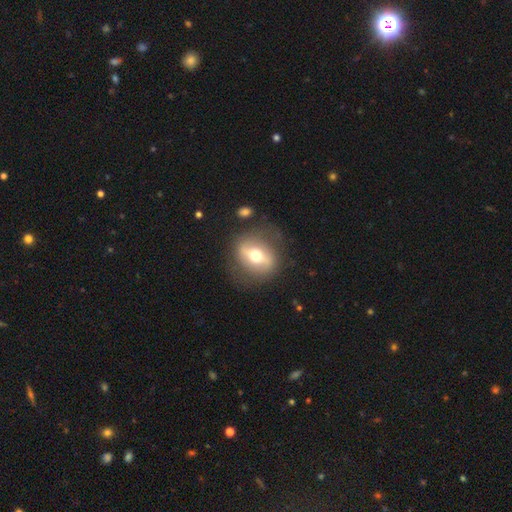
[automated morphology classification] This appears to be a featured or disk galaxy (59%). Merging: none (74%).